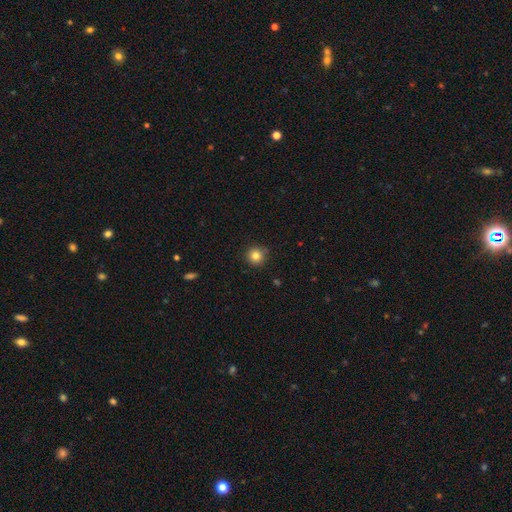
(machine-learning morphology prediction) A smooth galaxy with no disk features (83%) that is round (95%).

Vote fractions:
- Smooth or featured? smooth: 83% / star or artifact: 12% / featured or disk: 6%
- How rounded? round: 95% / in between: 4% / cigar-shaped: 1%
- Merging? none: 89% / minor disturbance: 8% / major disturbance: 2% / merger: 1%